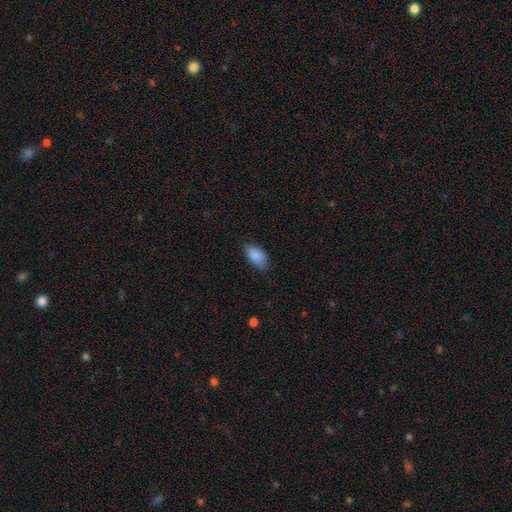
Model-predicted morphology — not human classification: Smooth or featured: smooth — 88% (star or artifact — 7%)
How rounded: in between — 93% (round — 4%)
Merging: none — 77% (minor disturbance — 18%)